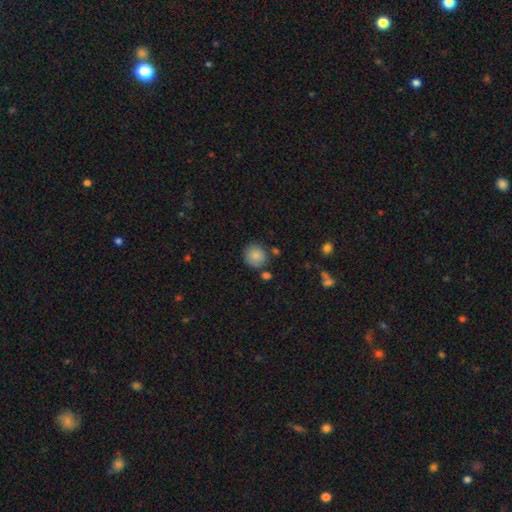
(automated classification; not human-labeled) Morphology: type=smooth (85%); roundness=round (91%); merging=none (80%).